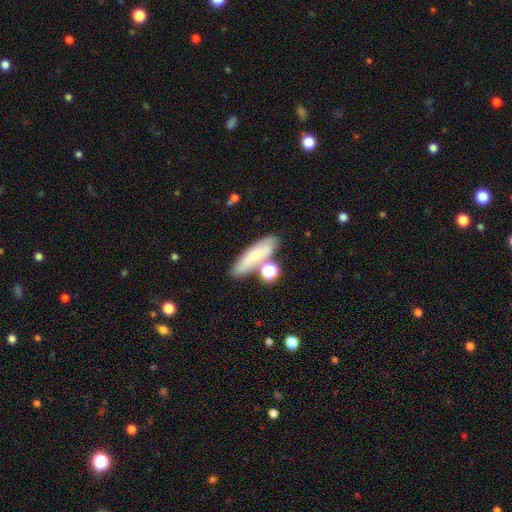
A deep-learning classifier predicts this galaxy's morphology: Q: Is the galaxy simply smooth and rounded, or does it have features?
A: smooth — 62%.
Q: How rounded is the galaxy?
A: cigar-shaped — 54%.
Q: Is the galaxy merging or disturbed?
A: none — 65%.